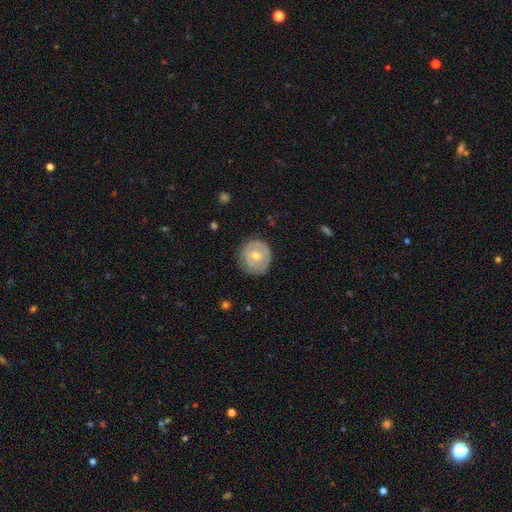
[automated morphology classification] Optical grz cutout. It shows a featured or disk galaxy (51%). Merging: none (75%).